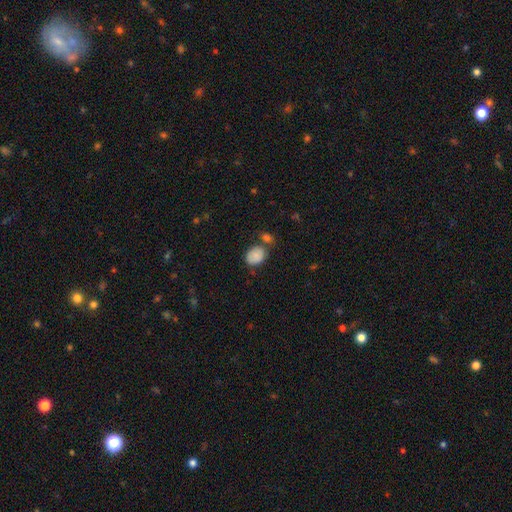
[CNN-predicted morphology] Smooth or featured? Predicted: smooth (p=0.87). How rounded? Predicted: in between (p=0.67). Merging? Predicted: none (p=0.59).